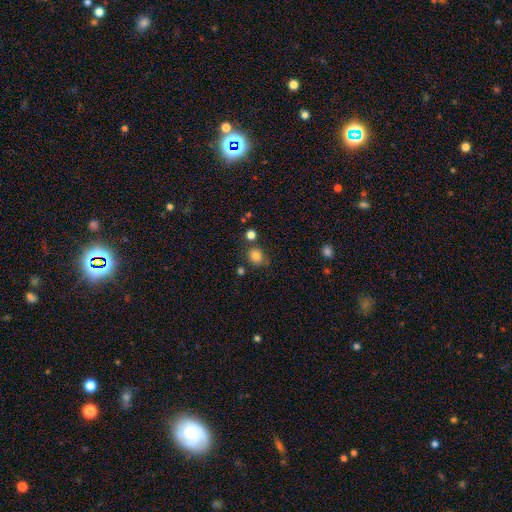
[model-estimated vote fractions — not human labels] This is clearly a smooth galaxy (82%). How rounded: likely round (67%). Merging: likely none (72%).